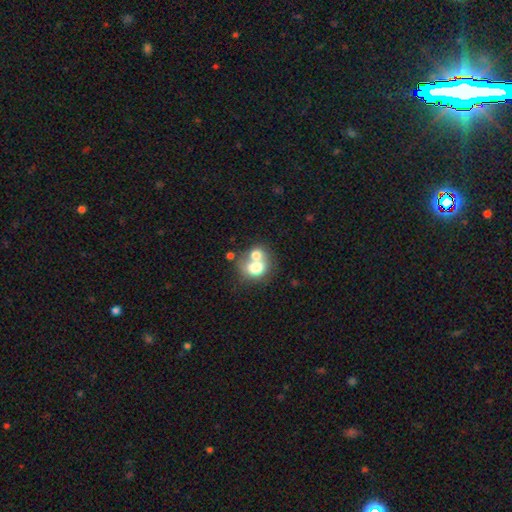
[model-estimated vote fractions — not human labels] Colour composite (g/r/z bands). It shows a smooth galaxy with no disk features (70%) that is round (58%). Merging: merger (63%).